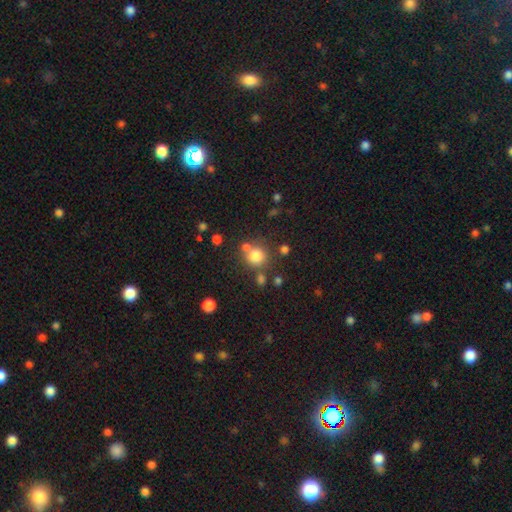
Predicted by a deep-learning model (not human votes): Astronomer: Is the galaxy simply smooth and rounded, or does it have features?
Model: smooth — 78%.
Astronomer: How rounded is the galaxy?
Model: round — 89%.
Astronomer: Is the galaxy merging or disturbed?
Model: none — 66%.